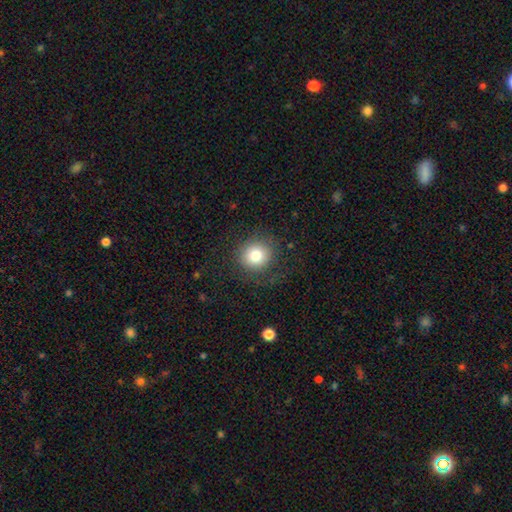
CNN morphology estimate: A smooth galaxy with no disk features (79%) that is round (90%).

Vote fractions:
- Smooth or featured? smooth: 79% / star or artifact: 11% / featured or disk: 10%
- How rounded? round: 90% / in between: 9% / cigar-shaped: 1%
- Merging? none: 84% / minor disturbance: 10% / major disturbance: 5% / merger: 1%